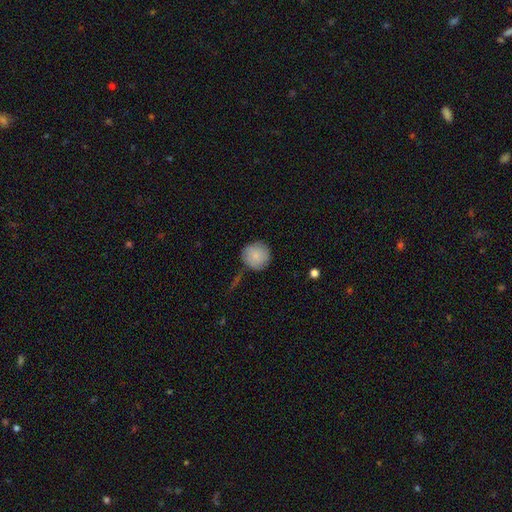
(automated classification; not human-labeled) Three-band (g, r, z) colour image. It shows a smooth galaxy with no disk features (84%) that is round (93%). Merging: none (80%).